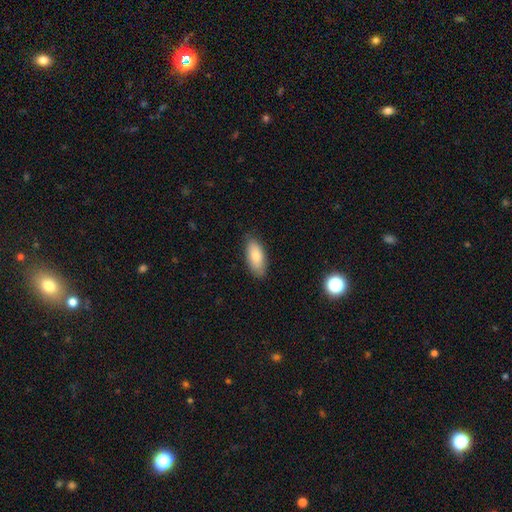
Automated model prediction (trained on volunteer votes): smooth-or-featured: smooth: 80% | featured or disk: 13% | star or artifact: 6%
  how-rounded: in between: 87% | cigar-shaped: 11% | round: 2%
  merging: none: 83% | minor disturbance: 14% | major disturbance: 2% | merger: 1%